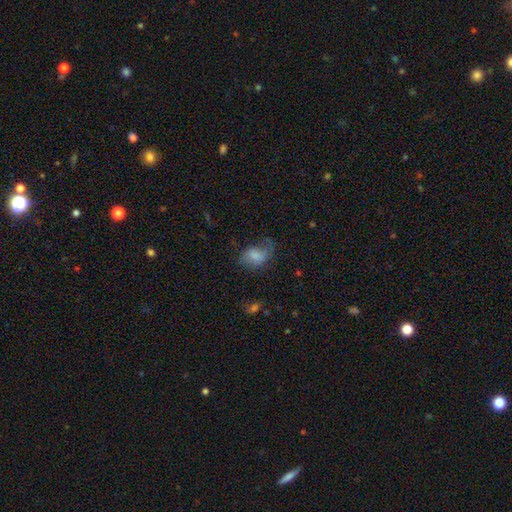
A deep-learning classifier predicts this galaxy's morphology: The model was most divided on "merging": none: 39%, minor disturbance: 30%, major disturbance: 28%, merger: 3%. More confident: how rounded — in between (78%); smooth or featured — smooth (67%).